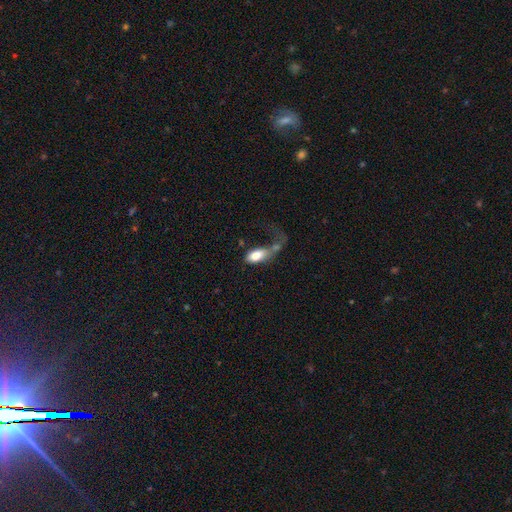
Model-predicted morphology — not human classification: A smooth galaxy with no disk features (76%) that is in between round and cigar-shaped (89%).

Vote fractions:
- Smooth or featured? smooth: 76% / featured or disk: 17% / star or artifact: 7%
- How rounded? in between: 89% / cigar-shaped: 6% / round: 4%
- Merging? major disturbance: 44% / none: 22% / merger: 18% / minor disturbance: 16%